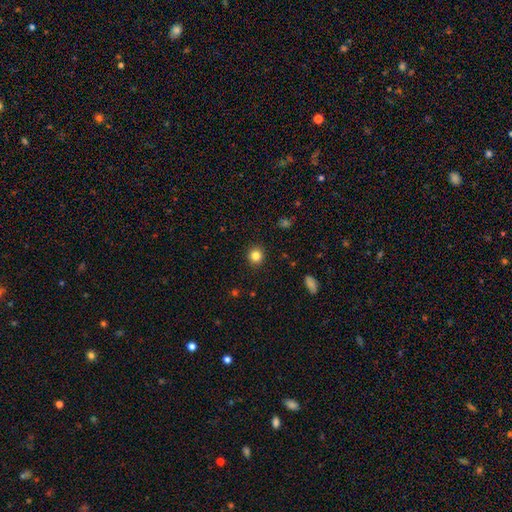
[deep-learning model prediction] Q: Smooth or featured?
A: smooth (84%); runner-up: star or artifact (11%)
Q: How rounded?
A: round (89%); runner-up: in between (10%)
Q: Merging?
A: none (92%); runner-up: minor disturbance (6%)